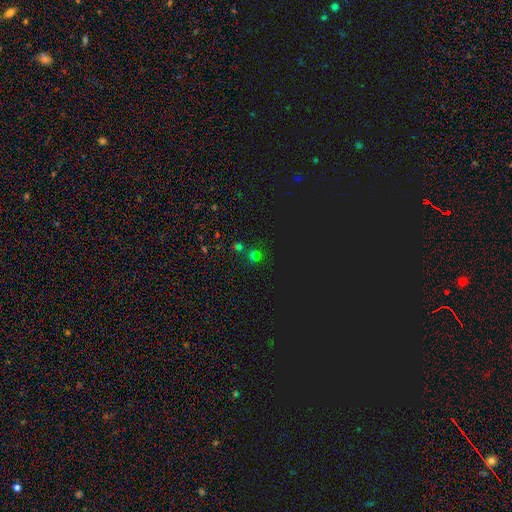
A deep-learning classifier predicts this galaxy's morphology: This is possibly a star or artifact rather than a galaxy (54%).